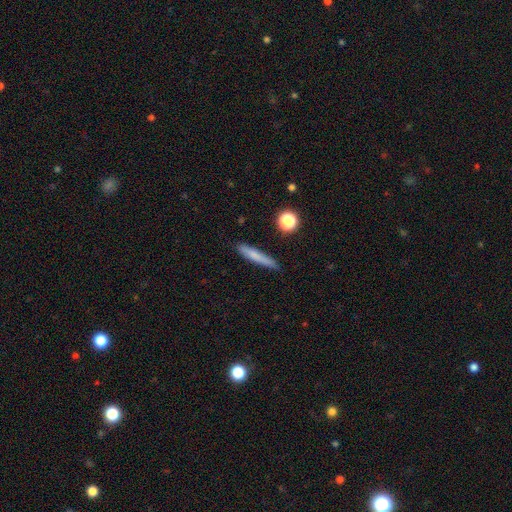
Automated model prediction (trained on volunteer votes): Smooth or featured: smooth — 72% (featured or disk — 20%)
How rounded: cigar-shaped — 92% (in between — 6%)
Merging: none — 85% (minor disturbance — 11%)